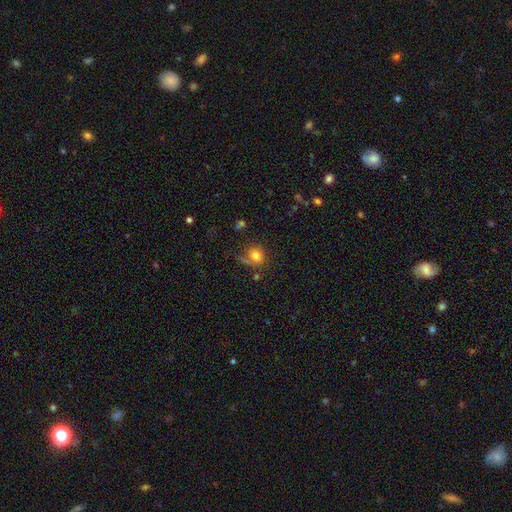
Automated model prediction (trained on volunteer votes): This is likely a smooth galaxy (75%). How rounded: likely round (70%). Merging: possibly none (60%).